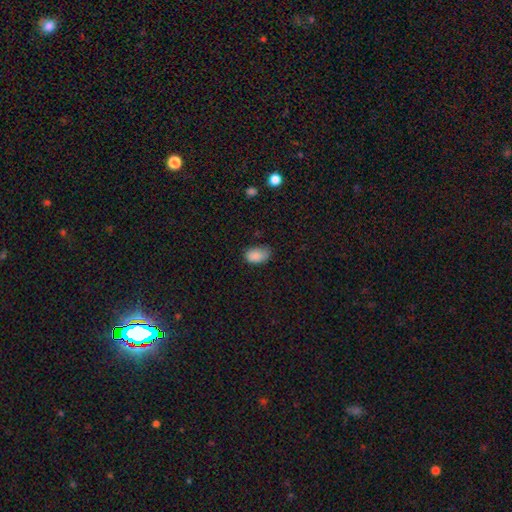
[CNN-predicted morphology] type=smooth (86%); roundness=in between (88%); merging=none (60%).